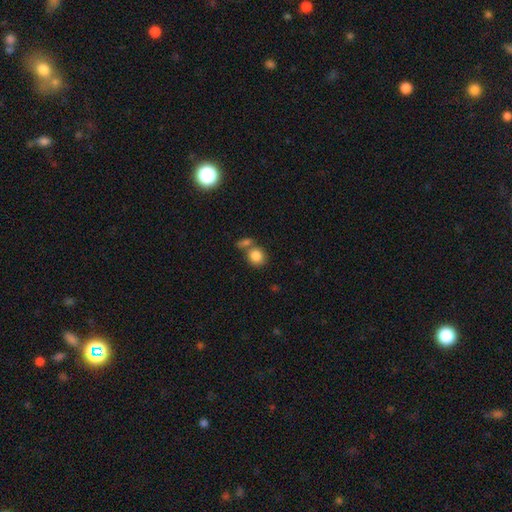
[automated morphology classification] This is clearly a smooth galaxy (84%). How rounded: likely round (73%). Merging: possibly none (51%).